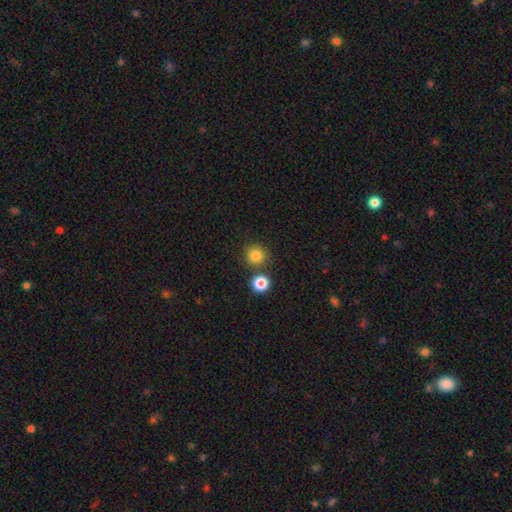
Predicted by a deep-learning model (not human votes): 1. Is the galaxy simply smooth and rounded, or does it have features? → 83% smooth, 13% star or artifact, 5% featured or disk.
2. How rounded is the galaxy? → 93% round, 6% in between, 1% cigar-shaped.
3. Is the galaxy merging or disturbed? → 79% none, 11% merger, 7% minor disturbance, 3% major disturbance.